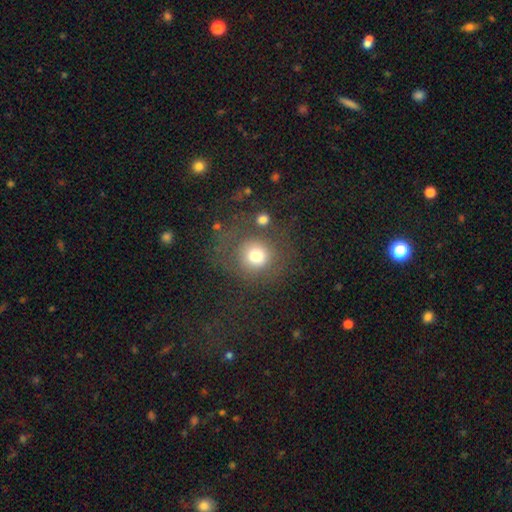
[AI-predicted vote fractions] smooth_or_featured: smooth (p=0.73) [alt: star or artifact p=0.14]
how_rounded: round (p=0.88) [alt: in between p=0.11]
merging: none (p=0.67) [alt: minor disturbance p=0.14]